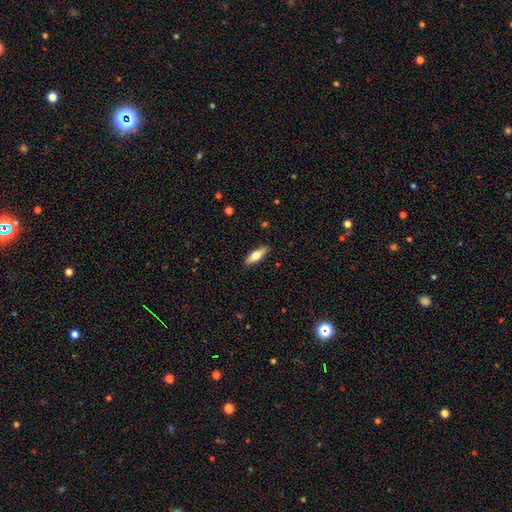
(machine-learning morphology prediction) Smooth or featured: smooth — 58% (featured or disk — 36%)
How rounded: cigar-shaped — 49% (tied with in between — 49%)
Merging: none — 89% (minor disturbance — 8%)